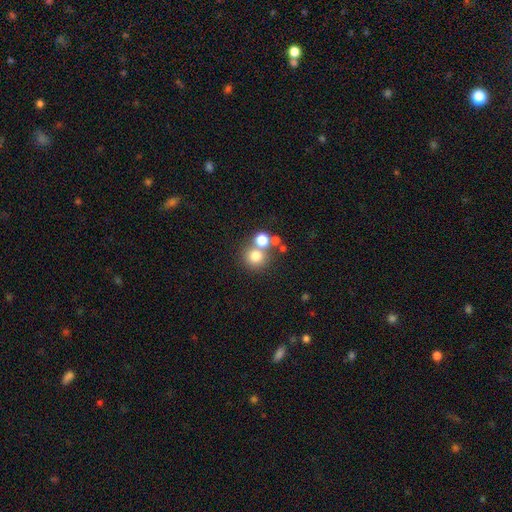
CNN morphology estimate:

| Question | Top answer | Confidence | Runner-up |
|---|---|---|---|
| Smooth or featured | smooth | 75% | star or artifact (15%) |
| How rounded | round | 90% | in between (9%) |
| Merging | none | 57% | merger (33%) |